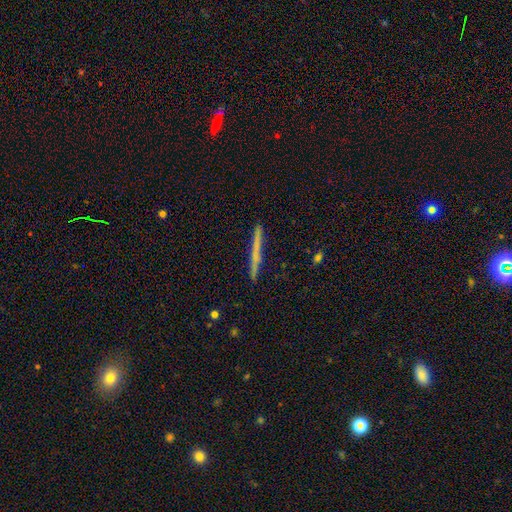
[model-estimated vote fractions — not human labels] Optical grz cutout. It shows a smooth galaxy with no disk features (49%). Merging: none (92%).